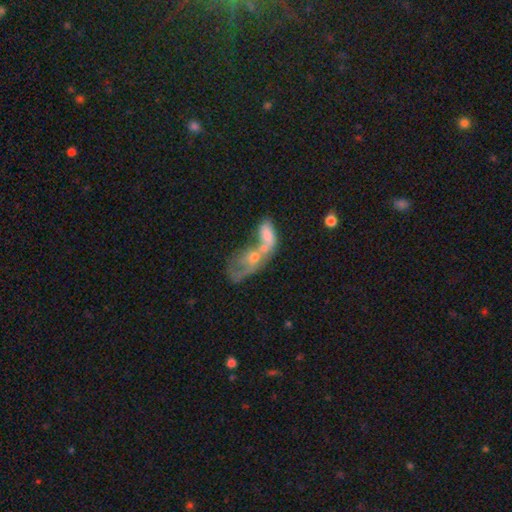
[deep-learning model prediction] Q: Smooth or featured?
A: featured or disk (49%); runner-up: smooth (40%)
Q: Merging?
A: merger (73%); runner-up: major disturbance (11%)